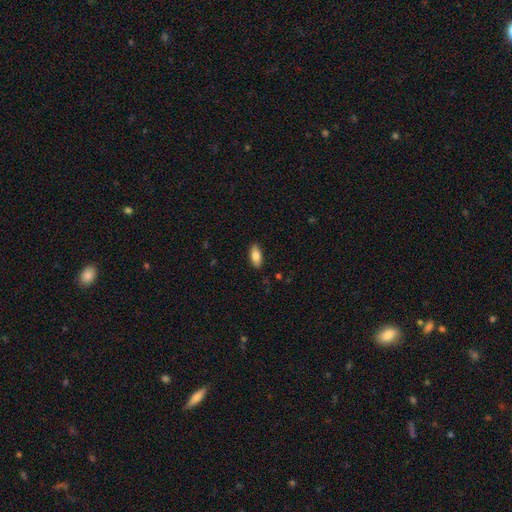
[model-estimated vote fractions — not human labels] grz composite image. It shows a smooth galaxy with no disk features (84%) that is in between round and cigar-shaped (85%). Merging: none (87%).